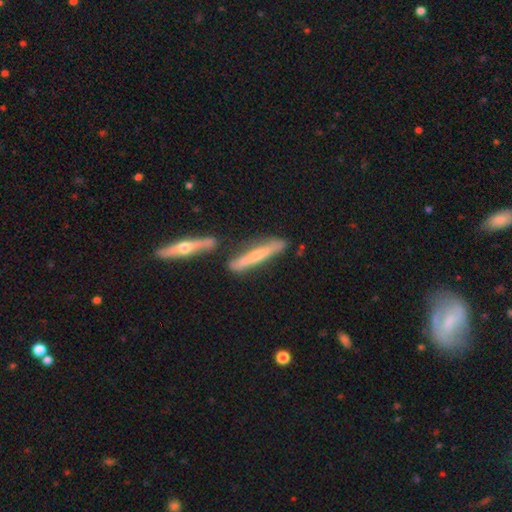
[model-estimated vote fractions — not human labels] This appears to be a featured or disk galaxy (58%) viewed edge-on (92%) with a rounded central bulge (74%). Merging: none (67%).